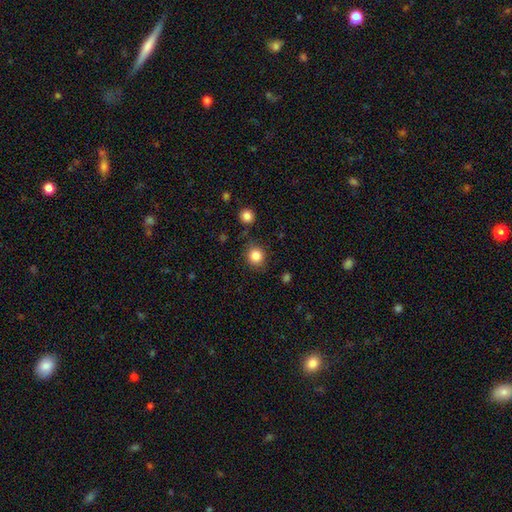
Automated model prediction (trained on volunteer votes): A smooth galaxy with no disk features (84%) that is round (85%). Merging: none (82%).